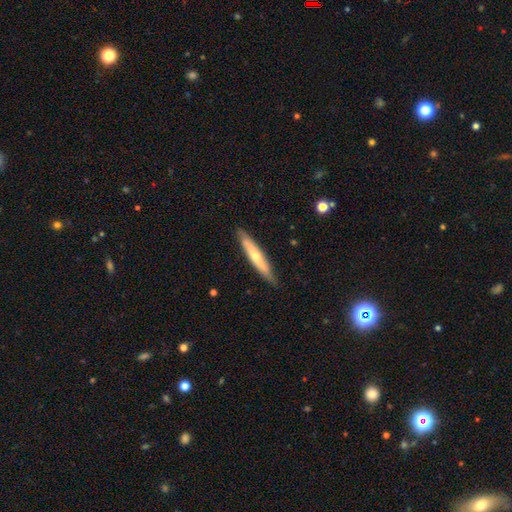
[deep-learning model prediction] Overall: featured or disk (49%; smooth 46%). Merging: none (87%).